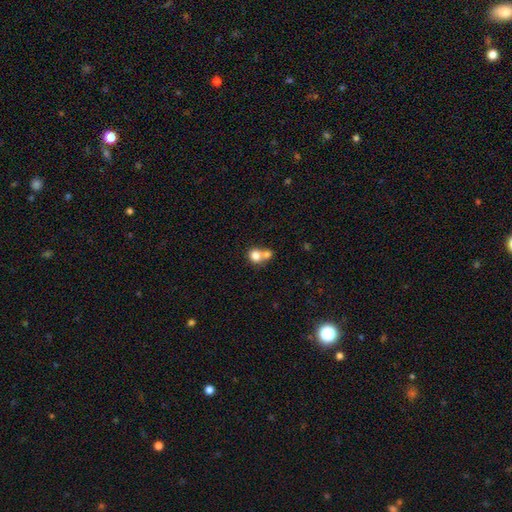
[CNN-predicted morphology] smooth-or-featured: smooth: 77% | featured or disk: 13% | star or artifact: 10%
  how-rounded: round: 75% | in between: 24% | cigar-shaped: 1%
  merging: merger: 62% | none: 29% | minor disturbance: 6% | major disturbance: 3%